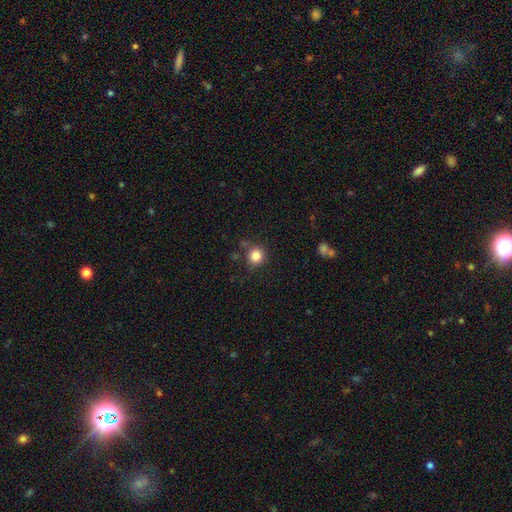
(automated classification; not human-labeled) smooth 84%, star or artifact 11%, featured or disk 5%. Down the decision tree: how rounded — round (92%); merging — none (81%).